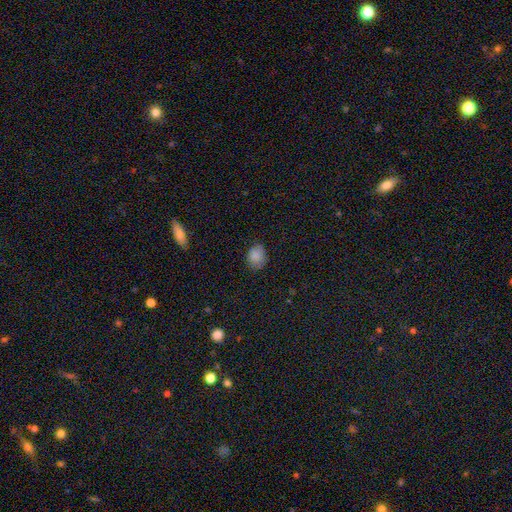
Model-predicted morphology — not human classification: Smooth or featured: smooth — 85% (star or artifact — 10%)
How rounded: round — 51% (in between — 48%)
Merging: none — 73% (minor disturbance — 21%)